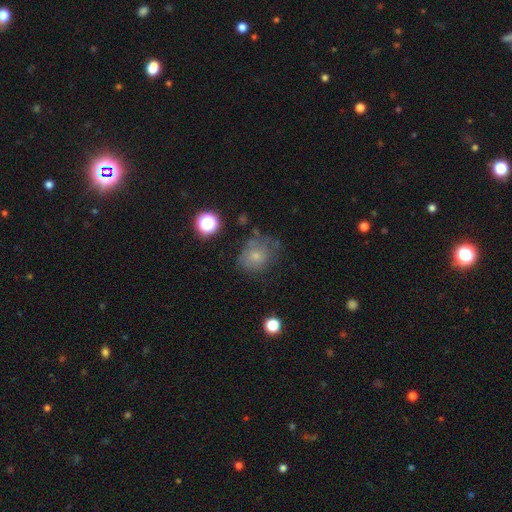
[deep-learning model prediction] Q: Smooth or featured?
A: smooth (62%); runner-up: featured or disk (23%)
Q: How rounded?
A: round (61%); runner-up: in between (38%)
Q: Merging?
A: none (51%); runner-up: minor disturbance (28%)